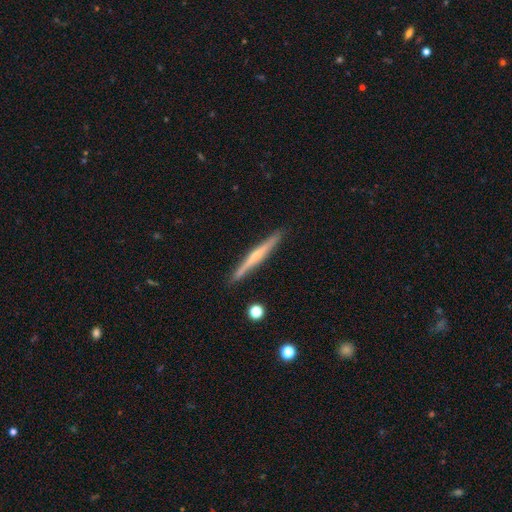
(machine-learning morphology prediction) type=featured or disk (63%); edge-on=yes (98%); edge-on bulge=rounded (51%); merging=none (90%).